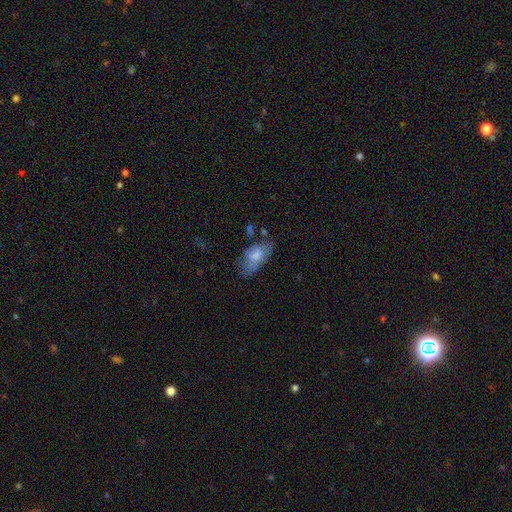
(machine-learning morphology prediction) This appears to be a smooth galaxy with no disk features (68%) that is in between round and cigar-shaped (91%). Merging: none (43%).